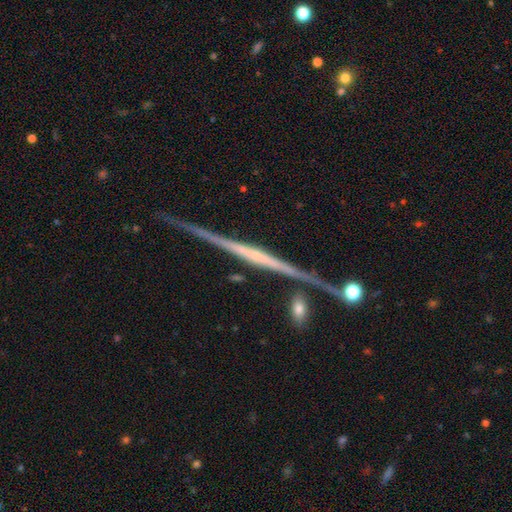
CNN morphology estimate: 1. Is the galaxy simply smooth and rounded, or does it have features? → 84% featured or disk, 10% smooth, 6% star or artifact.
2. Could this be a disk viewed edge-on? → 98% yes, 2% no.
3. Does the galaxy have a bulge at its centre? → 53% none, 25% rounded, 23% boxy.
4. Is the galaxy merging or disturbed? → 80% none, 11% minor disturbance, 6% merger, 3% major disturbance.